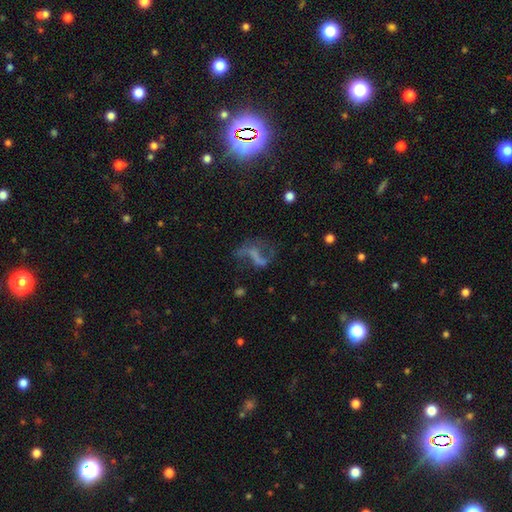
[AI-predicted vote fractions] Smooth or featured: featured or disk — 53% (smooth — 24%)
Edge-on disk: no — 95% (yes — 5%)
Bar: no — 50% (weak — 27%)
Spiral arms: no — 52% (yes — 48%)
Bulge size: none — 73% (small — 15%)
Merging: none — 38% (tied with major disturbance — 38%)